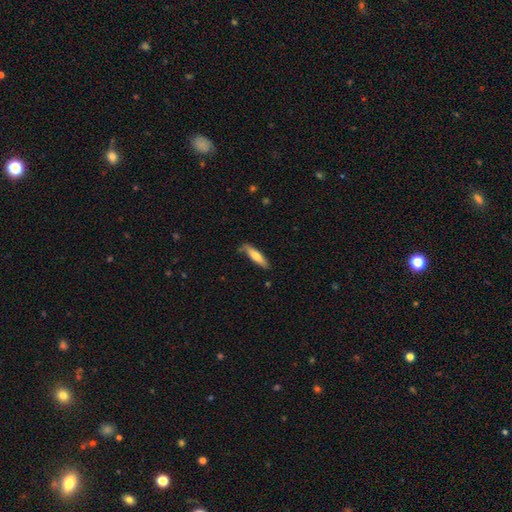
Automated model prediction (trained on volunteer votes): smooth_or_featured: smooth (p=0.68) [alt: featured or disk p=0.26]
how_rounded: cigar-shaped (p=0.75) [alt: in between p=0.24]
merging: none (p=0.75) [alt: minor disturbance p=0.19]